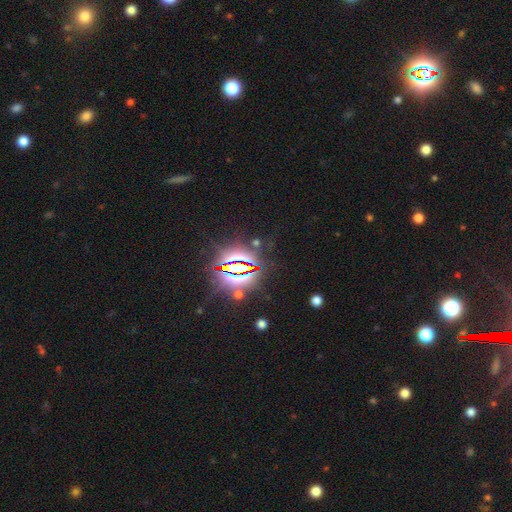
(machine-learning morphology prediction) Smooth or featured: star or artifact — 84% (smooth — 8%)